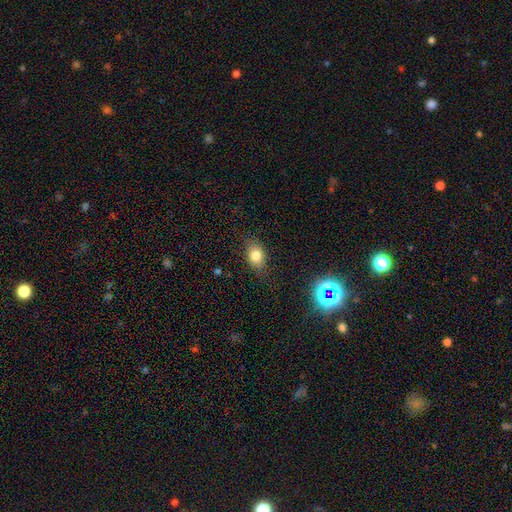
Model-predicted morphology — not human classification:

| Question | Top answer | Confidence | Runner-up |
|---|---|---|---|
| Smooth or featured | smooth | 78% | star or artifact (11%) |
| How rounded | in between | 72% | round (26%) |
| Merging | none | 80% | minor disturbance (15%) |